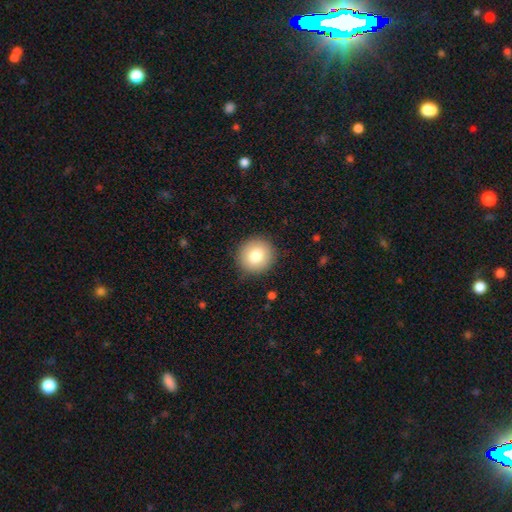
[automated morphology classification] type=smooth (81%); roundness=round (89%); merging=none (88%).